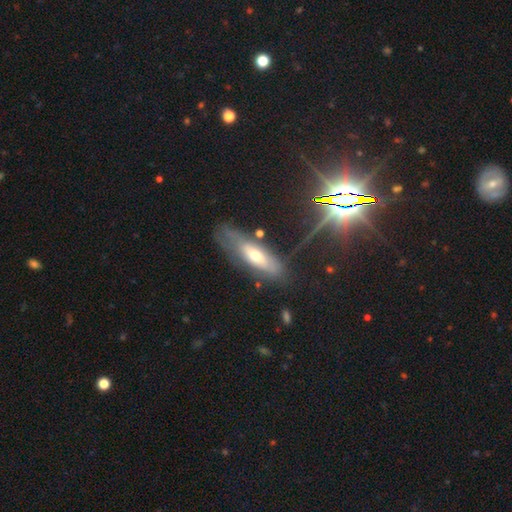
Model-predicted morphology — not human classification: A smooth galaxy with no disk features (48%).

Vote fractions:
- Smooth or featured? smooth: 48% / featured or disk: 41% / star or artifact: 11%
- Merging? none: 55% / minor disturbance: 28% / major disturbance: 13% / merger: 4%